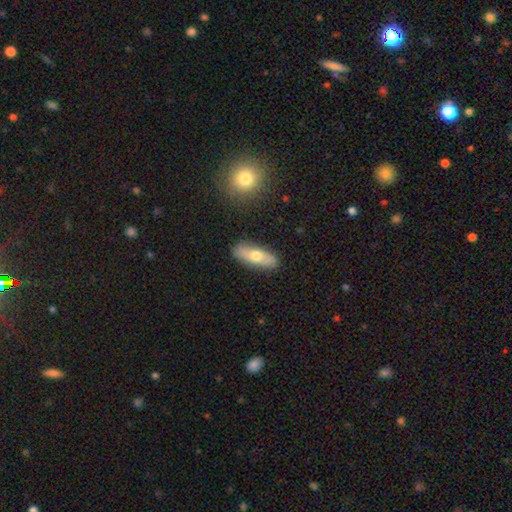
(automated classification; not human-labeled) The model was most divided on "smooth or featured": smooth: 58%, featured or disk: 36%, star or artifact: 6%. More confident: merging — none (86%); how rounded — in between (65%).